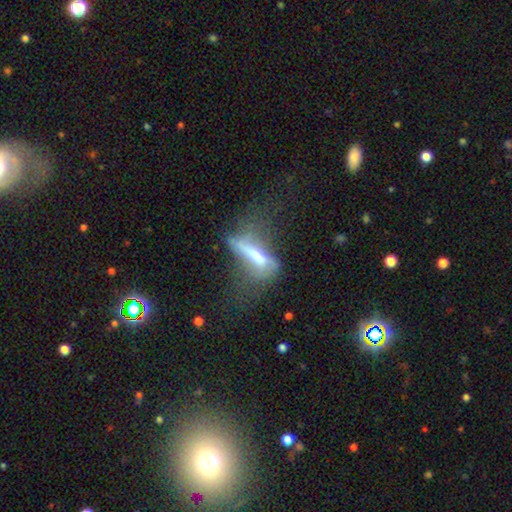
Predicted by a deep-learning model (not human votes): featured or disk 52%, smooth 38%, star or artifact 10%. Down the decision tree: edge-on disk — no (61%); merging — major disturbance (44%).